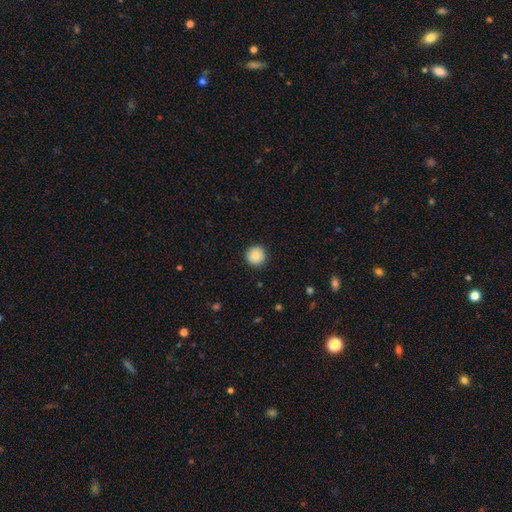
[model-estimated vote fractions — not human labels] This is clearly a smooth galaxy (85%). How rounded: clearly round (96%). Merging: clearly none (92%).